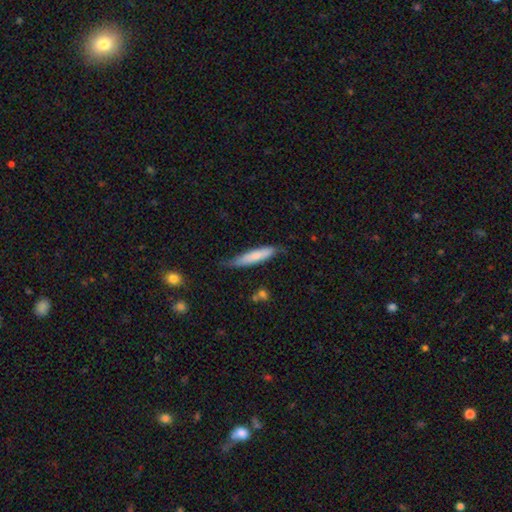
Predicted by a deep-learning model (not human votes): Smooth or featured? smooth (71%)
How rounded? cigar-shaped (87%)
Merging? none (65%)